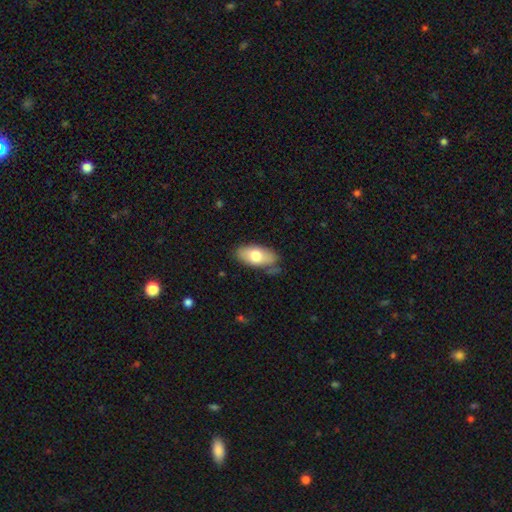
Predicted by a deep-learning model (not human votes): Smooth or featured: smooth — 70% (featured or disk — 23%)
How rounded: in between — 91% (cigar-shaped — 6%)
Merging: none — 67% (minor disturbance — 24%)